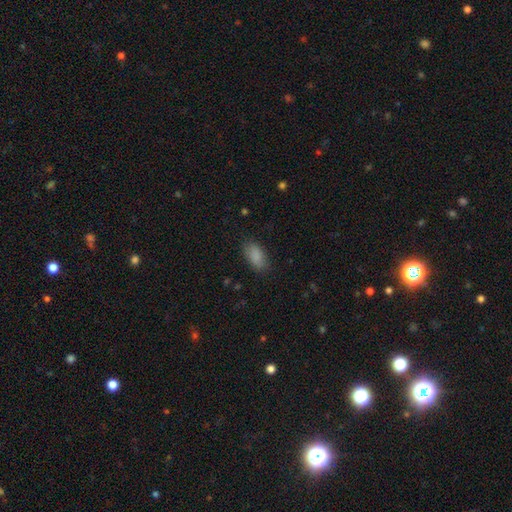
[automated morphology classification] A smooth galaxy with no disk features (88%) that is in between round and cigar-shaped (92%). Merging: none (82%).